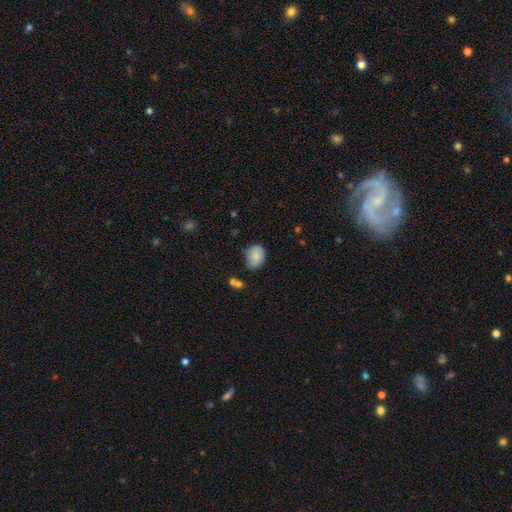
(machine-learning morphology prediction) This appears to be a smooth galaxy with no disk features (78%) that is in between round and cigar-shaped (68%). Merging: none (60%).